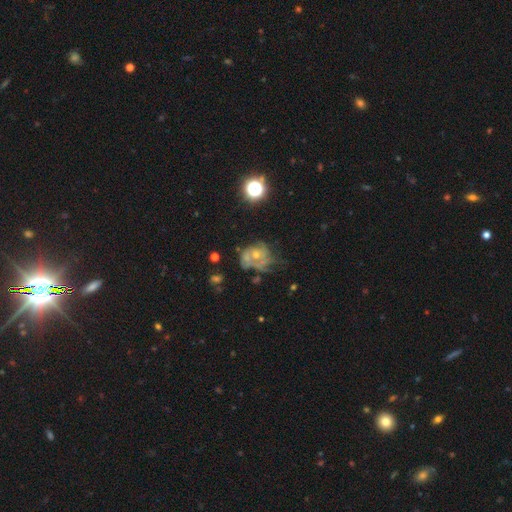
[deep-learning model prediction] This appears to be a featured or disk galaxy (61%) with no bar (83%), spiral arms (60%) and a moderate central bulge (45%, tied with small). Merging: none (35%).